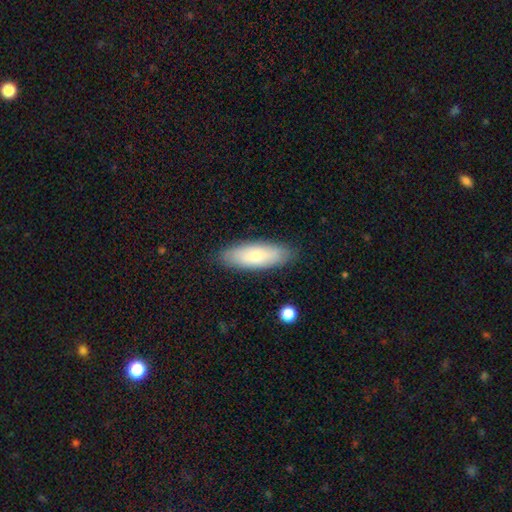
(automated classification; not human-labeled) Overall: smooth (70%). How rounded: in between (65%; cigar-shaped 33%). Merging: none (86%).